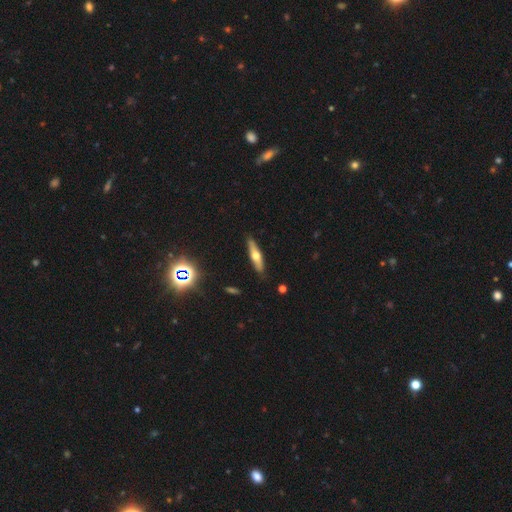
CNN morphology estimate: Smooth or featured? Predicted: featured or disk (p=0.48). Merging? Predicted: none (p=0.88).